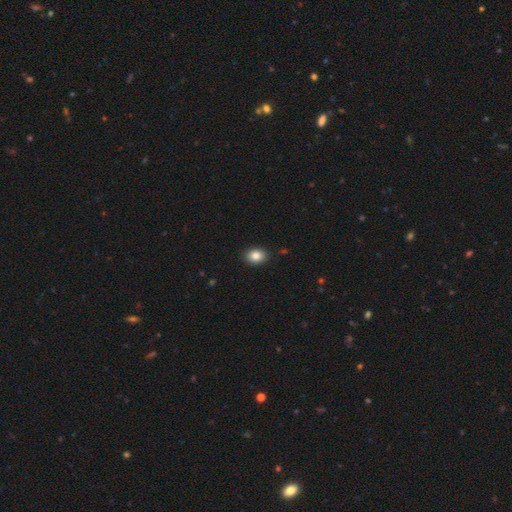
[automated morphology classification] Overall: smooth (86%). How rounded: in between (68%; round 31%). Merging: none (90%).